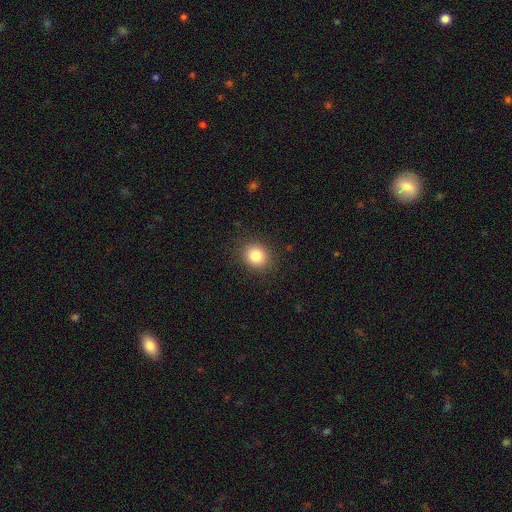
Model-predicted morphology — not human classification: This appears to be a smooth galaxy with no disk features (83%) that is round (69%). Merging: none (89%).